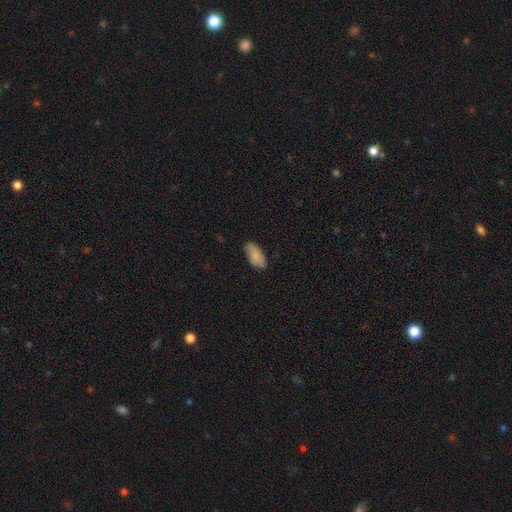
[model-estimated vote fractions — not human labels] Q: Smooth or featured?
A: smooth (86%); runner-up: featured or disk (8%)
Q: How rounded?
A: in between (91%); runner-up: cigar-shaped (7%)
Q: Merging?
A: none (80%); runner-up: minor disturbance (16%)